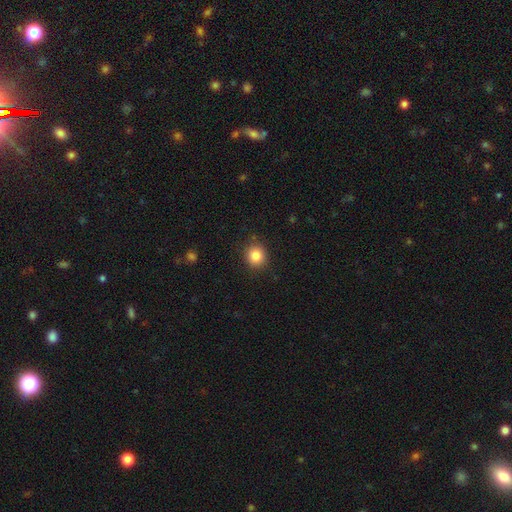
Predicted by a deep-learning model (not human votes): The model was most divided on "how rounded": round: 86%, in between: 14%, cigar-shaped: 1%. More confident: merging — none (88%); smooth or featured — smooth (84%).